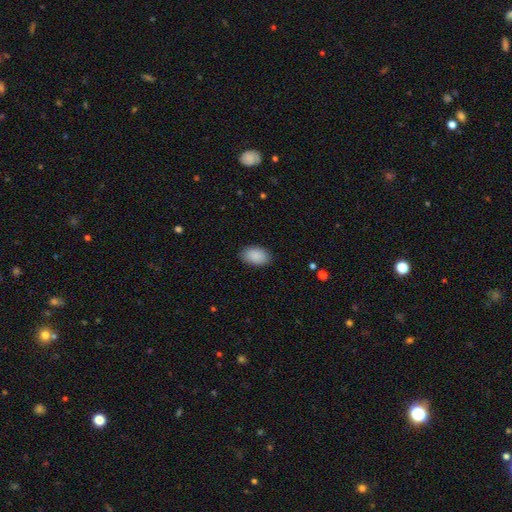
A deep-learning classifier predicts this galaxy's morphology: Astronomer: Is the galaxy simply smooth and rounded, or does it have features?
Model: smooth — 90%.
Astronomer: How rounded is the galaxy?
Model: in between — 92%.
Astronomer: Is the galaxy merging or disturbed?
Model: none — 88%.